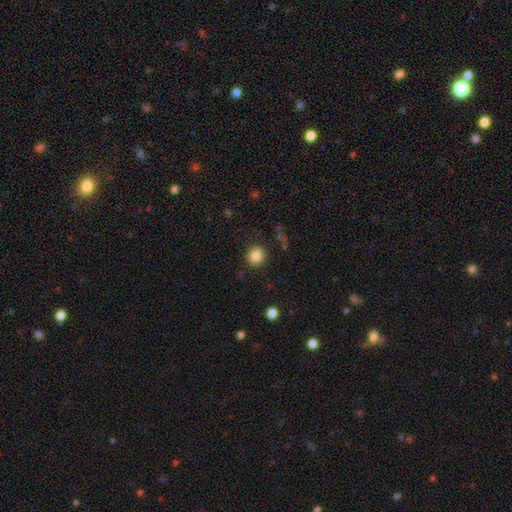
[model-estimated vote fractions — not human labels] Q: Smooth or featured?
A: smooth (85%); runner-up: star or artifact (10%)
Q: How rounded?
A: round (89%); runner-up: in between (10%)
Q: Merging?
A: none (88%); runner-up: minor disturbance (7%)